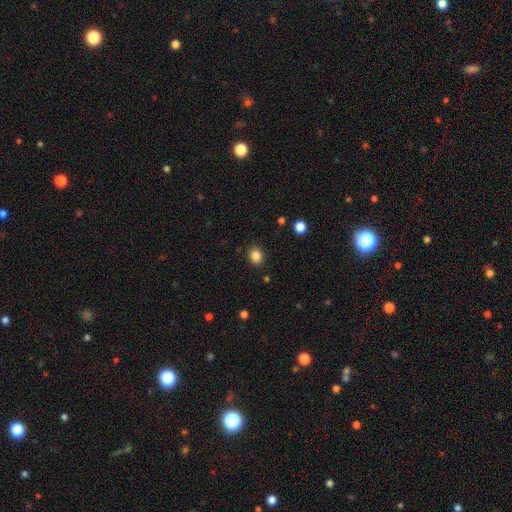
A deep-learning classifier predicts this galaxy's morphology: Smooth or featured? smooth (85%)
How rounded? round (62%)
Merging? none (89%)